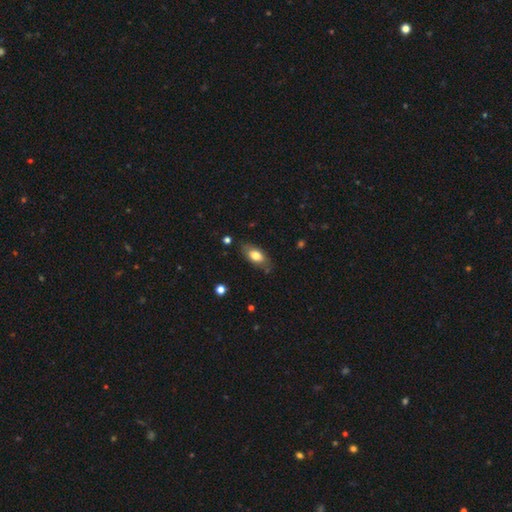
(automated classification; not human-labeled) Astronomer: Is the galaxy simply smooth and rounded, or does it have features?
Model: smooth — 75%.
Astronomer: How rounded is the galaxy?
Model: in between — 89%.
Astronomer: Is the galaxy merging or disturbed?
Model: none — 77%.